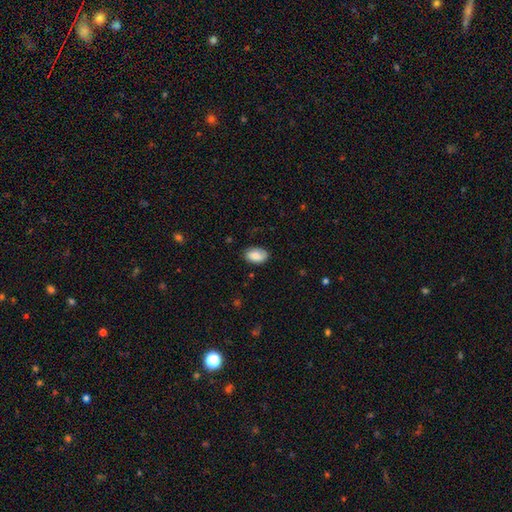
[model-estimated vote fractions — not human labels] smooth 86%, featured or disk 7%, star or artifact 7%. Down the decision tree: how rounded — in between (91%); merging — none (79%).